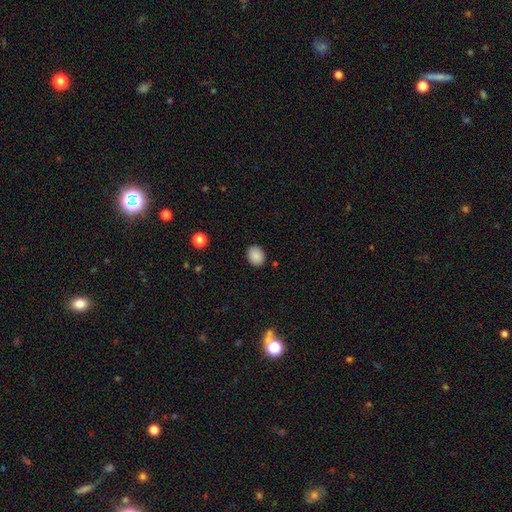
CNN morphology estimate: Smooth or featured? smooth (88%)
How rounded? in between (53%)
Merging? none (88%)